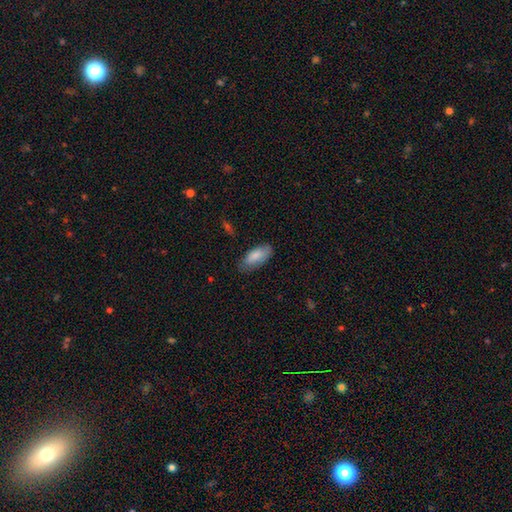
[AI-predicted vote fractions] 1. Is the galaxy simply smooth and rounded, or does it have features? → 82% smooth, 12% featured or disk, 6% star or artifact.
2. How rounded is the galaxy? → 87% in between, 11% cigar-shaped, 2% round.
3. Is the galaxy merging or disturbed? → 72% none, 22% minor disturbance, 5% major disturbance, 1% merger.